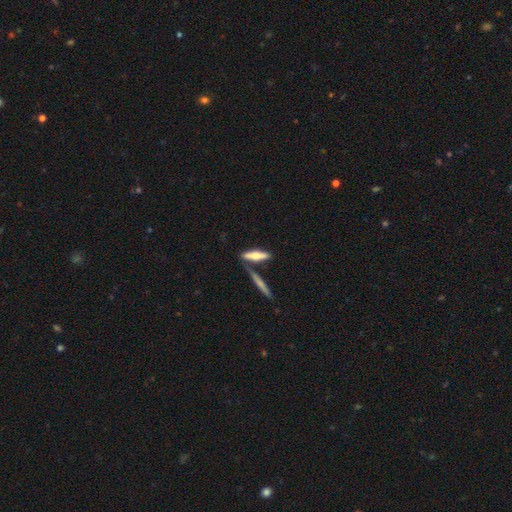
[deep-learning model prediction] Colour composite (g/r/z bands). It shows a smooth galaxy with no disk features (56%) that is cigar-shaped (73%). Merging: none (65%).